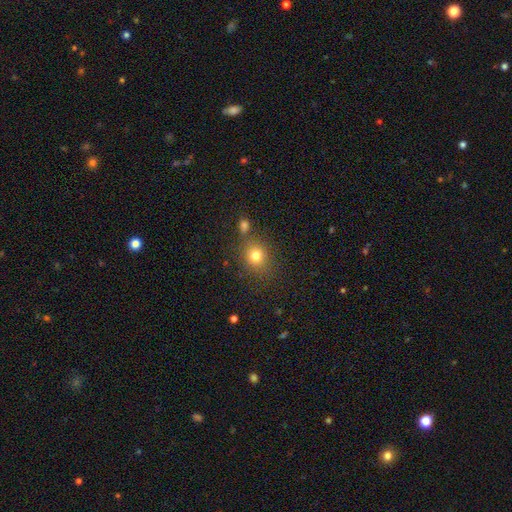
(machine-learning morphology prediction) Overall: smooth (78%). How rounded: round (75%). Merging: none (74%).